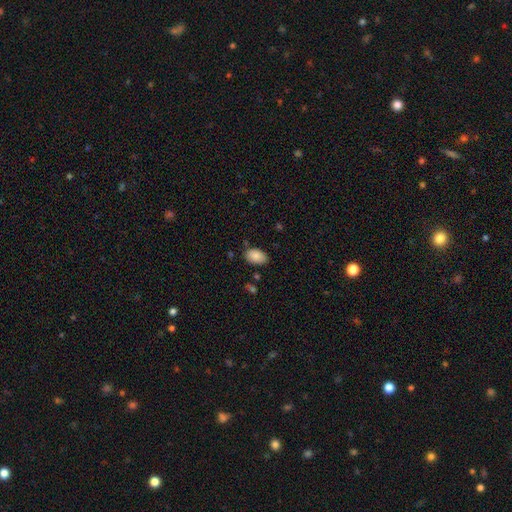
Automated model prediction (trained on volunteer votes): smooth_or_featured: smooth (p=0.87) [alt: star or artifact p=0.07]
how_rounded: in between (p=0.91) [alt: round p=0.08]
merging: none (p=0.78) [alt: minor disturbance p=0.16]